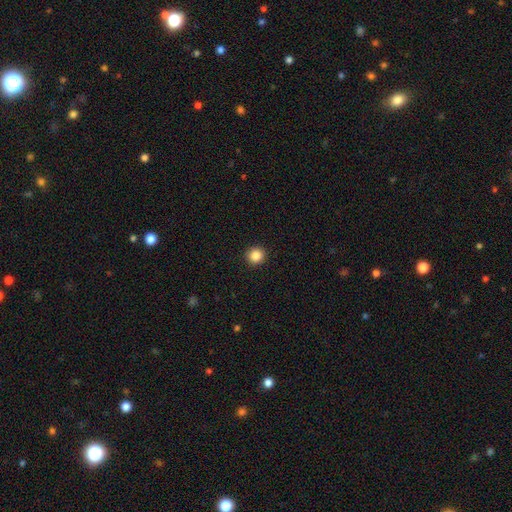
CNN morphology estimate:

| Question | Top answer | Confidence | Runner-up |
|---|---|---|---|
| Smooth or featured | smooth | 86% | star or artifact (10%) |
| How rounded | round | 94% | in between (5%) |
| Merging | none | 93% | minor disturbance (4%) |